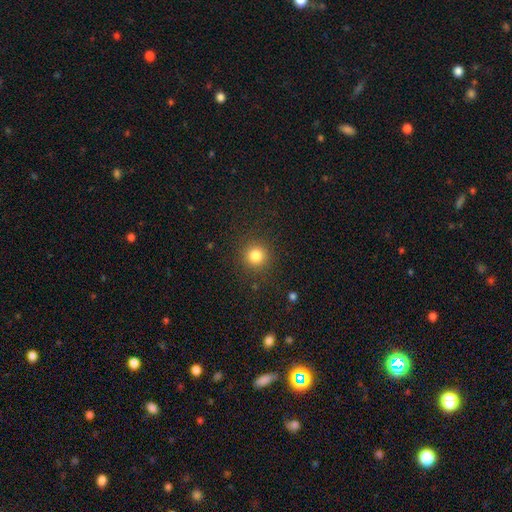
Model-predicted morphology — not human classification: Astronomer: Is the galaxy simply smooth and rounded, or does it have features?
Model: smooth — 82%.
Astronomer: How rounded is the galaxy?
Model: round — 94%.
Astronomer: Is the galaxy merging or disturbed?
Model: none — 90%.